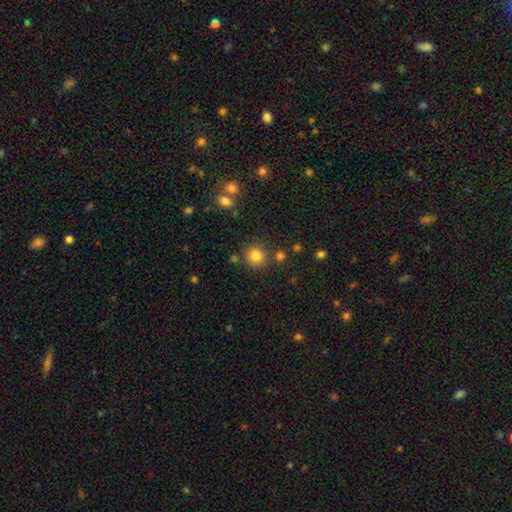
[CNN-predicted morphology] This is clearly a smooth galaxy (83%). How rounded: clearly round (92%). Merging: clearly none (83%).